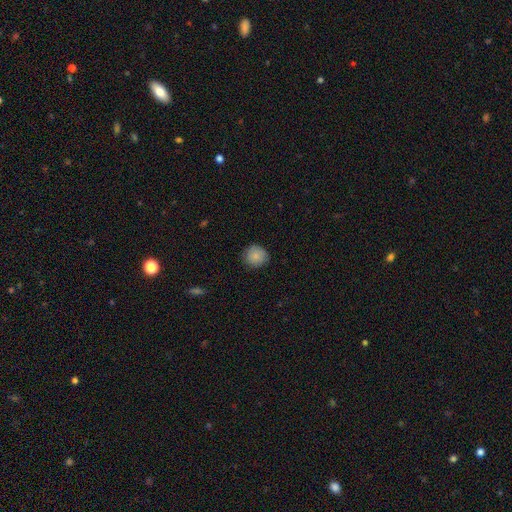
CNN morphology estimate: This appears to be a smooth galaxy with no disk features (85%) that is round (90%). Merging: none (84%).